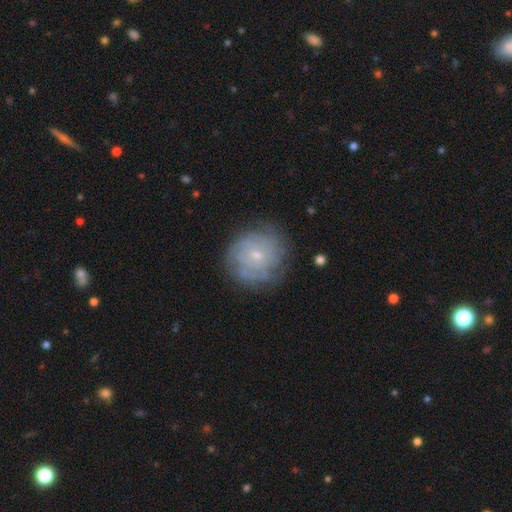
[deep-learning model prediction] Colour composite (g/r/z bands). It shows a featured or disk galaxy (71%) with no bar (80%), tight (77%) spiral arms (85%) and a small central bulge (70%). Merging: none (77%).